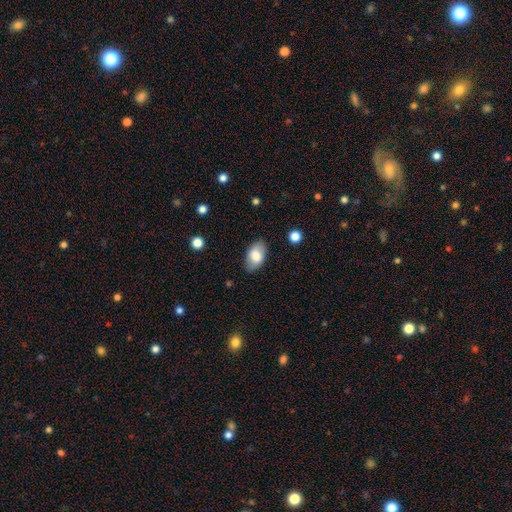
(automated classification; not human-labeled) Q: Smooth or featured?
A: smooth (76%); runner-up: featured or disk (17%)
Q: How rounded?
A: in between (93%); runner-up: round (6%)
Q: Merging?
A: none (82%); runner-up: minor disturbance (14%)